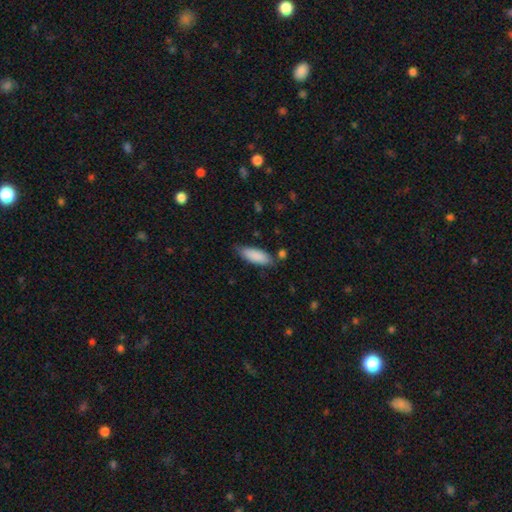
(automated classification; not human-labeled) Overall: smooth (88%). How rounded: in between (68%; cigar-shaped 30%). Merging: none (73%).